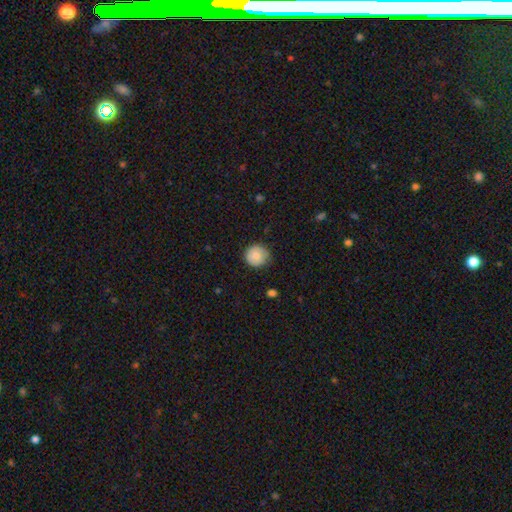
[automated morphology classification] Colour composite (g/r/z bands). It shows a smooth galaxy with no disk features (80%) that is round (92%). Merging: none (80%).